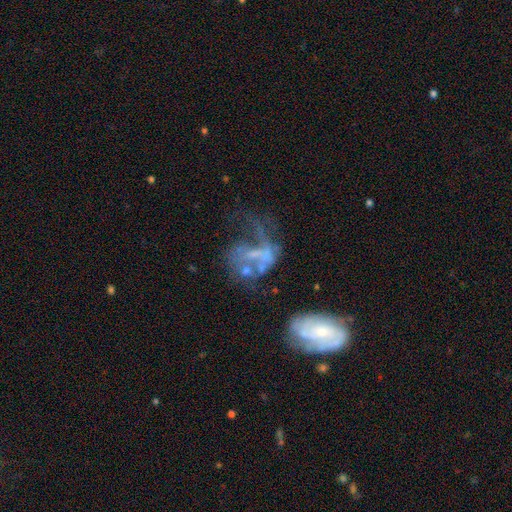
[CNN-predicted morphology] Smooth or featured? featured or disk (60%)
Edge-on disk? no (97%)
Bar? no (75%)
Spiral arms? no (70%)
Bulge size? none (59%)
Merging? major disturbance (44%)